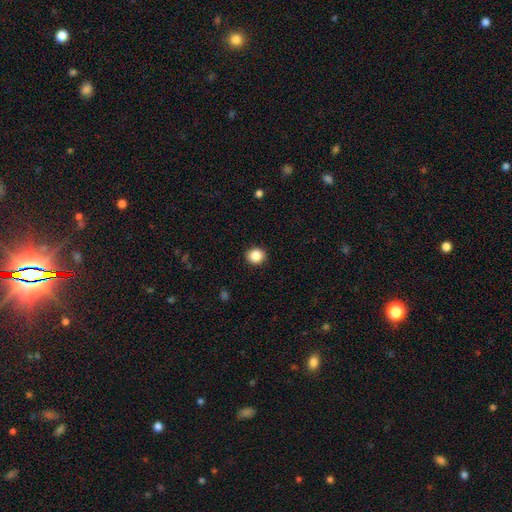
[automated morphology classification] A smooth galaxy with no disk features (86%) that is round (85%).

Vote fractions:
- Smooth or featured? smooth: 86% / star or artifact: 10% / featured or disk: 4%
- How rounded? round: 85% / in between: 14% / cigar-shaped: 1%
- Merging? none: 92% / minor disturbance: 5% / major disturbance: 2% / merger: 1%